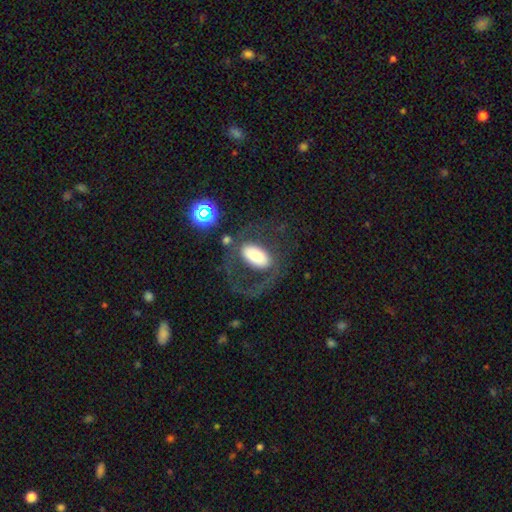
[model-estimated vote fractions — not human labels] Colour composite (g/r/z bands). It shows a smooth galaxy with no disk features (47%). Merging: none (45%).